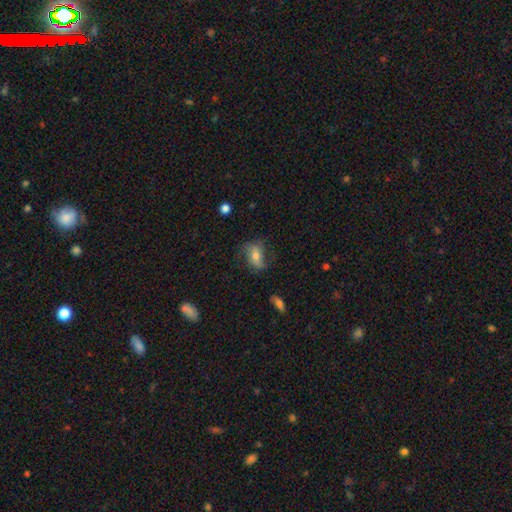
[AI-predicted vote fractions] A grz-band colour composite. It shows a featured or disk galaxy (49%). Merging: none (65%).